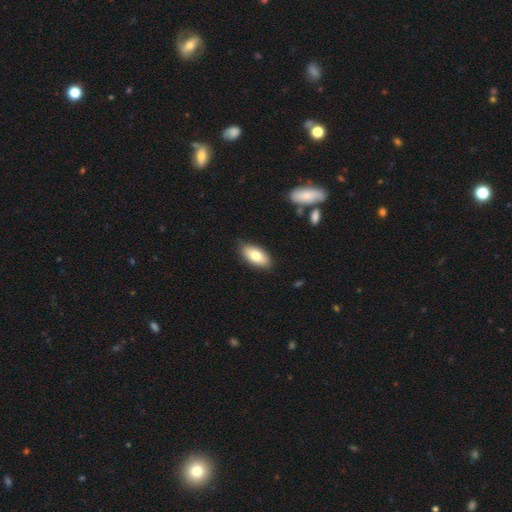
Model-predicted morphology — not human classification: Smooth or featured? Predicted: smooth (p=0.77). How rounded? Predicted: in between (p=0.91). Merging? Predicted: none (p=0.85).